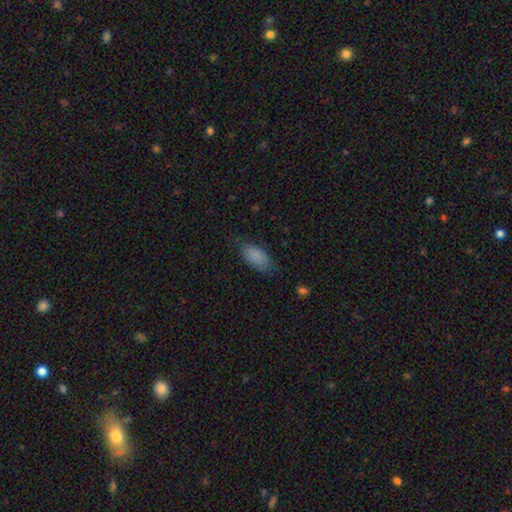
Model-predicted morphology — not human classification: type=smooth (86%); roundness=in between (90%); merging=none (72%).